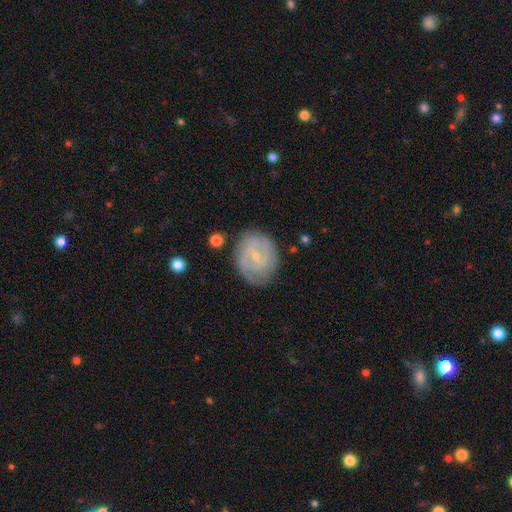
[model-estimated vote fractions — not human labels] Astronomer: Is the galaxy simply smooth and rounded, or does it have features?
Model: featured or disk — 77%.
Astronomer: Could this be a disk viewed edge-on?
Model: no — 97%.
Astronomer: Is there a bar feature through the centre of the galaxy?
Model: weak — 51% (runner-up: no, 37%).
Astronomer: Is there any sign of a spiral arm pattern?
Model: yes — 91%.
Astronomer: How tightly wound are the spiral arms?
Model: tight — 57% (runner-up: medium, 33%).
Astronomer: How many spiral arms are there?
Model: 2 — 52%.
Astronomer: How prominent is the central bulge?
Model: small — 77%.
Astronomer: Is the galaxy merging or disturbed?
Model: none — 78%.